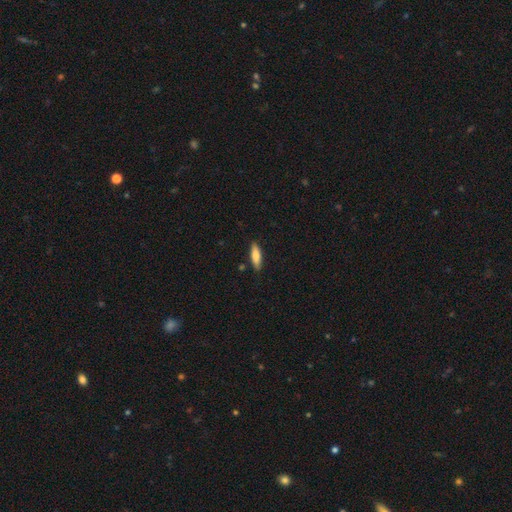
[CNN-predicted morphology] type=smooth (81%); roundness=cigar-shaped (53%); merging=none (86%).